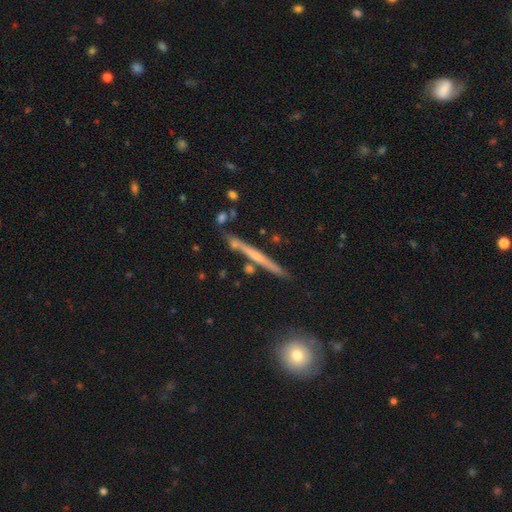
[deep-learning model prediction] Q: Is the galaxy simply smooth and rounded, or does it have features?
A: featured or disk — 65%.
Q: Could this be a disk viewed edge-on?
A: yes — 97%.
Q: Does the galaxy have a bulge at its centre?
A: none — 55%.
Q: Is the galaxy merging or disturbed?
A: none — 84%.